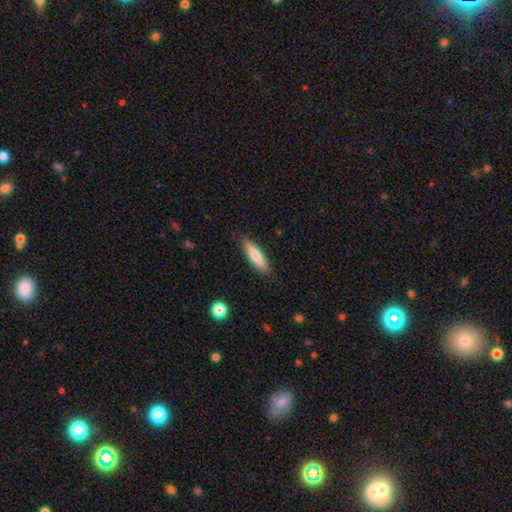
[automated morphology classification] A smooth galaxy with no disk features (77%) that is cigar-shaped (71%). Merging: none (88%).